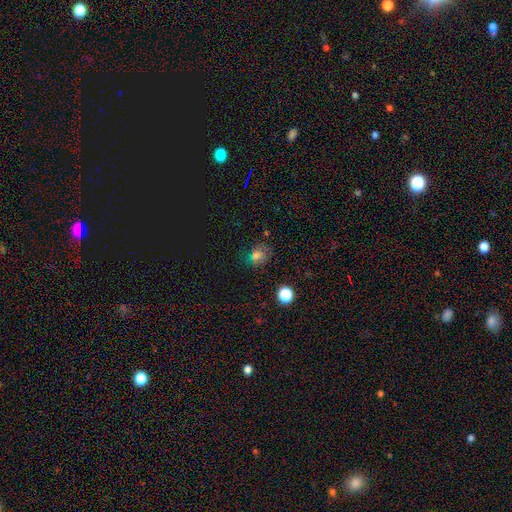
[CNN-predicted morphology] smooth_or_featured: smooth (p=0.62) [alt: star or artifact p=0.27]
how_rounded: round (p=0.56) [alt: in between p=0.42]
merging: none (p=0.66) [alt: minor disturbance p=0.21]